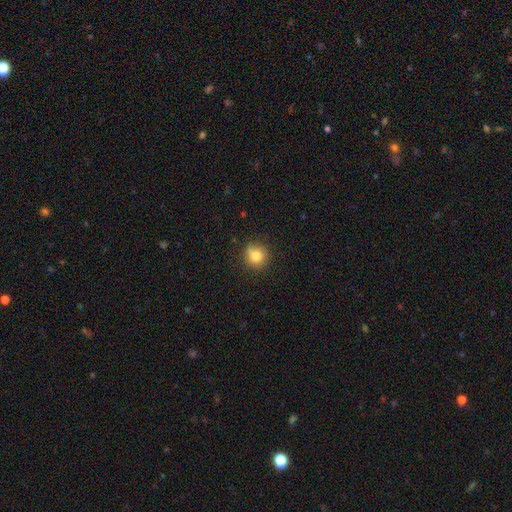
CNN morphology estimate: type=smooth (81%); roundness=round (90%); merging=none (79%).